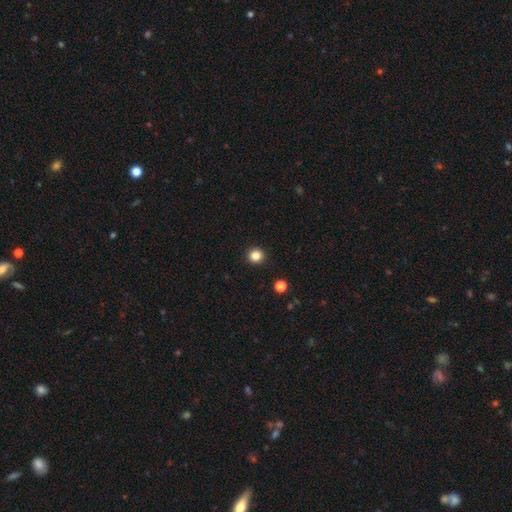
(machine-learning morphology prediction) Smooth or featured? smooth (84%)
How rounded? round (93%)
Merging? none (93%)